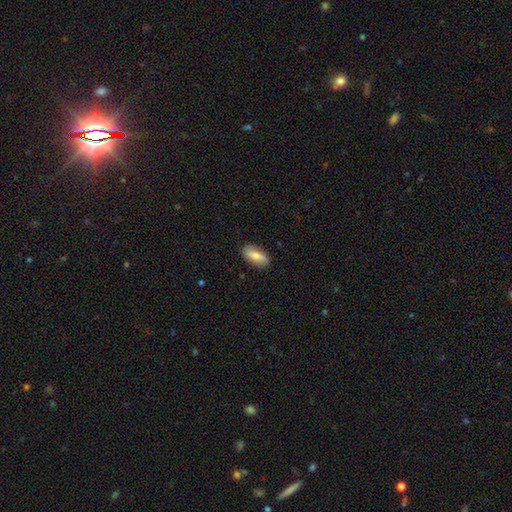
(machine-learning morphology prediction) type=smooth (75%); roundness=in between (84%); merging=none (86%).